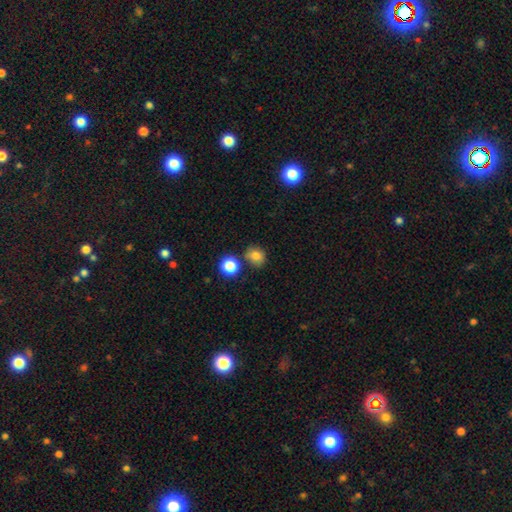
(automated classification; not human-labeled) Smooth or featured?
  - smooth: 79% *
  - star or artifact: 13%
  - featured or disk: 7%
How rounded?
  - round: 68% *
  - in between: 31%
  - cigar-shaped: 1%
Merging?
  - none: 72% *
  - minor disturbance: 14%
  - merger: 10%
  - major disturbance: 4%